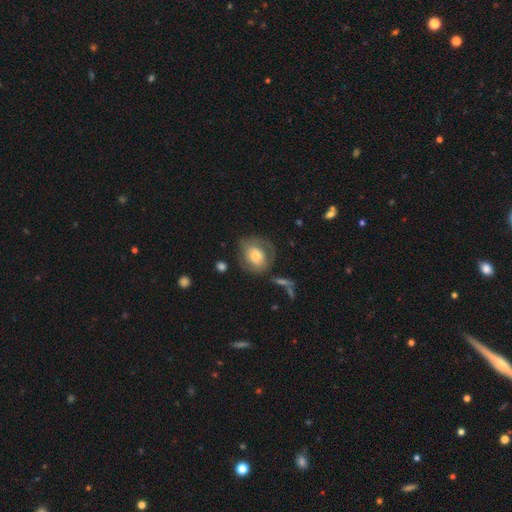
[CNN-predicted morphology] smooth-or-featured: smooth: 58% | featured or disk: 34% | star or artifact: 8%
  how-rounded: round: 62% | in between: 37% | cigar-shaped: 1%
  merging: none: 58% | minor disturbance: 24% | major disturbance: 15% | merger: 3%